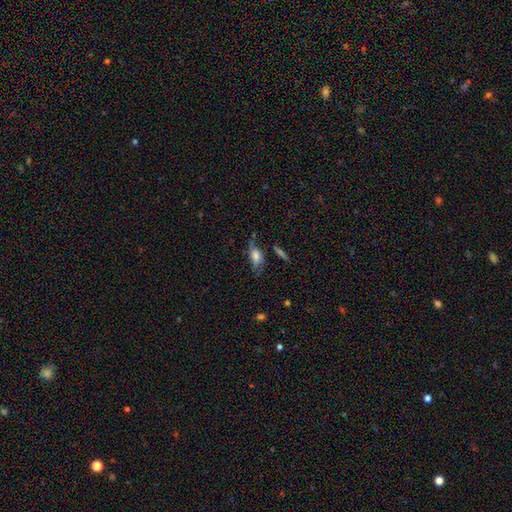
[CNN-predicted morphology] Smooth or featured? Predicted: smooth (p=0.56). How rounded? Predicted: in between (p=0.78). Merging? Predicted: none (p=0.51).